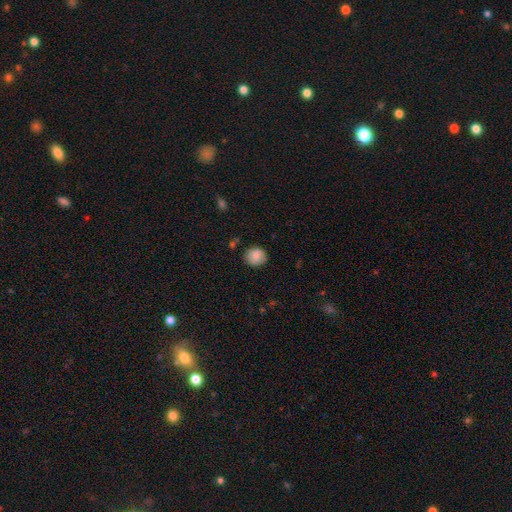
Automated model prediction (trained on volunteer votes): A smooth galaxy with no disk features (80%) that is round (80%). Merging: none (81%).